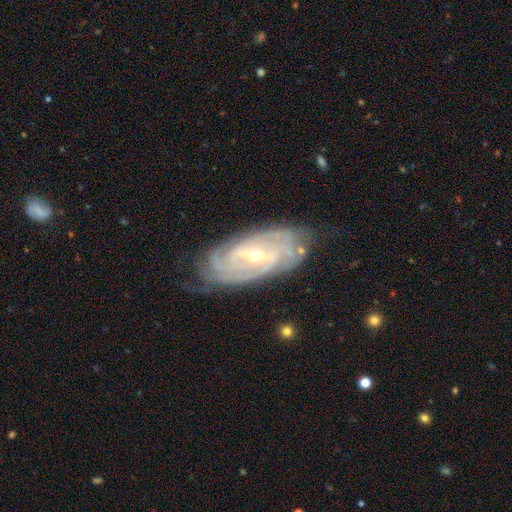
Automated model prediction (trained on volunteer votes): Smooth or featured? featured or disk (90%)
Edge-on disk? no (93%)
Bar? weak (44%)
Spiral arms? yes (97%)
Spiral winding? tight (76%)
Spiral arm count? 4 (27%)
Bulge size? small (59%)
Merging? none (76%)